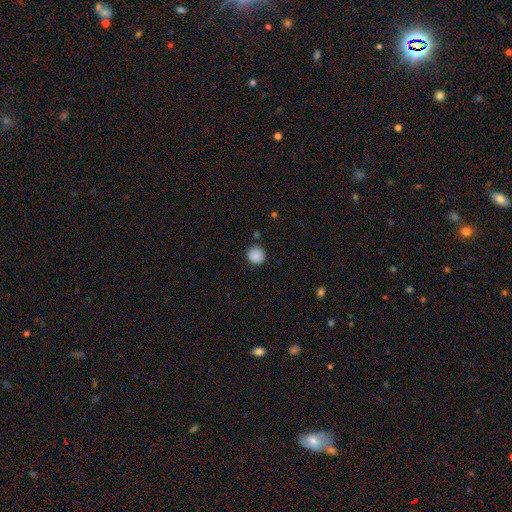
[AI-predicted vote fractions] smooth_or_featured: smooth (p=0.88) [alt: star or artifact p=0.09]
how_rounded: round (p=0.92) [alt: in between p=0.07]
merging: none (p=0.86) [alt: minor disturbance p=0.09]